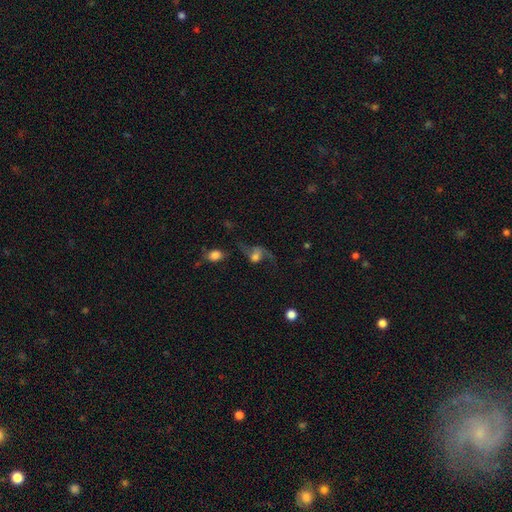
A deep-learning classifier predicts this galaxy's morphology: featured or disk 55%, smooth 31%, star or artifact 14%. Down the decision tree: edge-on disk — no (93%); bar — no (62%); spiral arms — yes (80%); bulge size — moderate (35%); merging — none (43%).